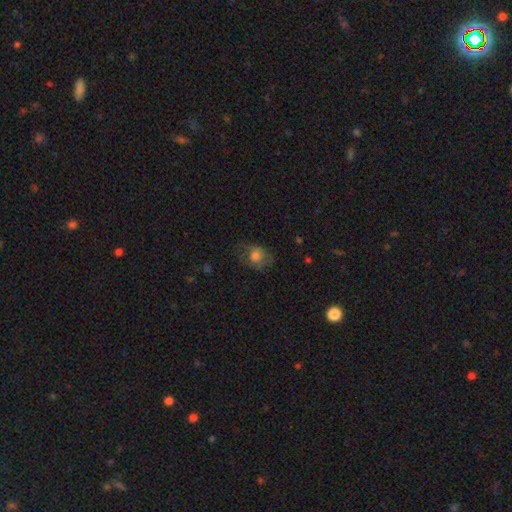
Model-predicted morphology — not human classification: smooth 73%, featured or disk 16%, star or artifact 11%. Down the decision tree: how rounded — round (59%); merging — none (57%).